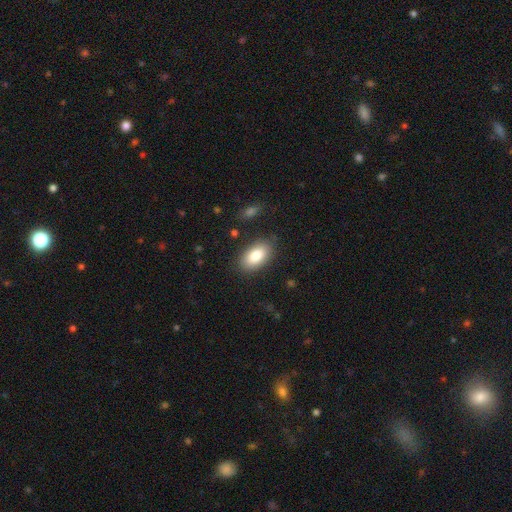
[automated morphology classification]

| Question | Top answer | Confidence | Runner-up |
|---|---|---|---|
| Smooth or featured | smooth | 85% | featured or disk (8%) |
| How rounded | in between | 94% | round (4%) |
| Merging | none | 85% | minor disturbance (11%) |